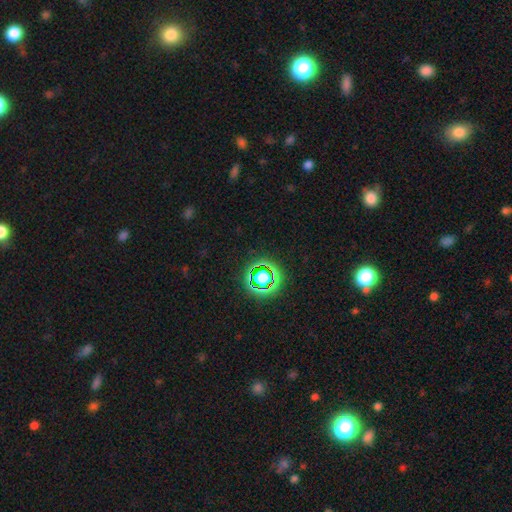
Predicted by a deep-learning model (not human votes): smooth_or_featured: star or artifact (p=0.69) [alt: smooth p=0.23]